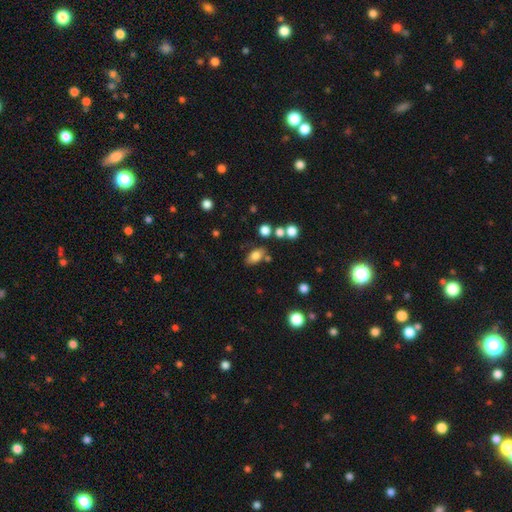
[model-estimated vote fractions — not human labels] This appears to be a smooth galaxy with no disk features (79%) that is in between round and cigar-shaped (86%). Merging: none (71%).